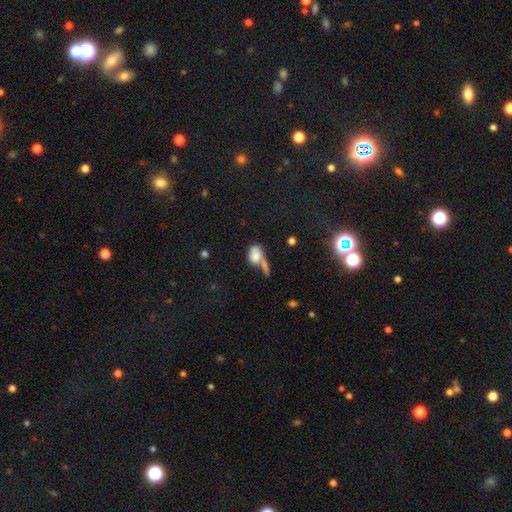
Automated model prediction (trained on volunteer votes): A smooth galaxy with no disk features (69%) that is in between round and cigar-shaped (79%).

Vote fractions:
- Smooth or featured? smooth: 69% / featured or disk: 19% / star or artifact: 11%
- How rounded? in between: 79% / round: 17% / cigar-shaped: 4%
- Merging? merger: 47% / none: 23% / minor disturbance: 15% / major disturbance: 15%